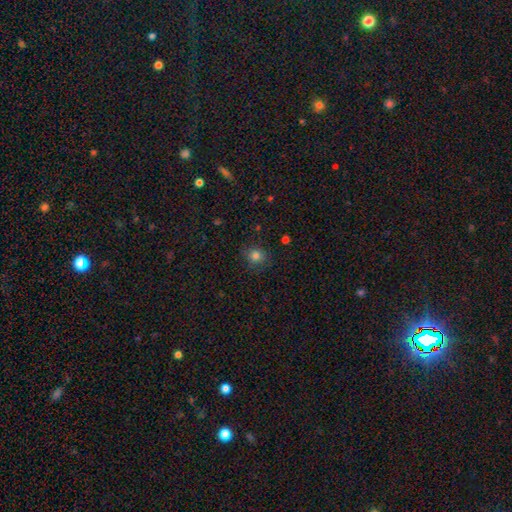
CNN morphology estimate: Smooth or featured? smooth (81%)
How rounded? round (85%)
Merging? none (84%)